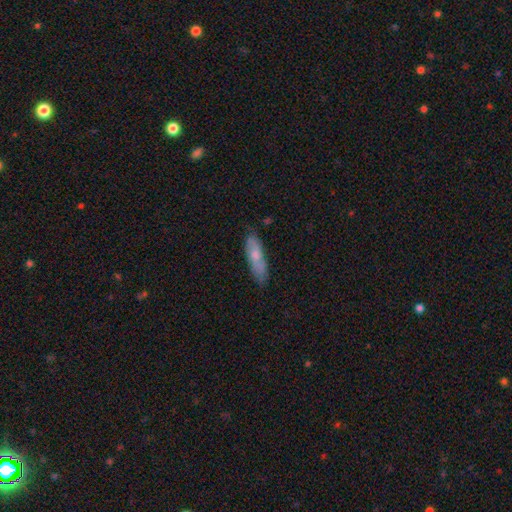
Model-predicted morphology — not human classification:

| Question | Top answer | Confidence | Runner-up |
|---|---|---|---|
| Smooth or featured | smooth | 62% | featured or disk (32%) |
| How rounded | cigar-shaped | 57% | in between (41%) |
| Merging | none | 74% | minor disturbance (20%) |